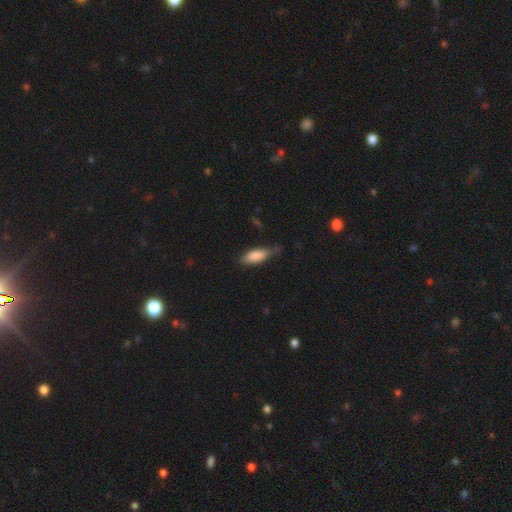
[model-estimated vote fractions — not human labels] Q: Smooth or featured?
A: smooth (84%); runner-up: featured or disk (9%)
Q: How rounded?
A: in between (76%); runner-up: cigar-shaped (22%)
Q: Merging?
A: none (56%); runner-up: minor disturbance (33%)